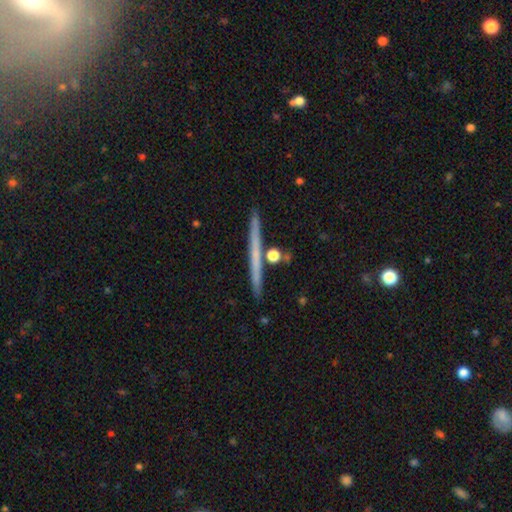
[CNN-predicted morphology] Smooth or featured? Predicted: featured or disk (p=0.57). Edge-on disk? Predicted: yes (p=0.97). Edge-on bulge? Predicted: none (p=0.79). Merging? Predicted: none (p=0.89).